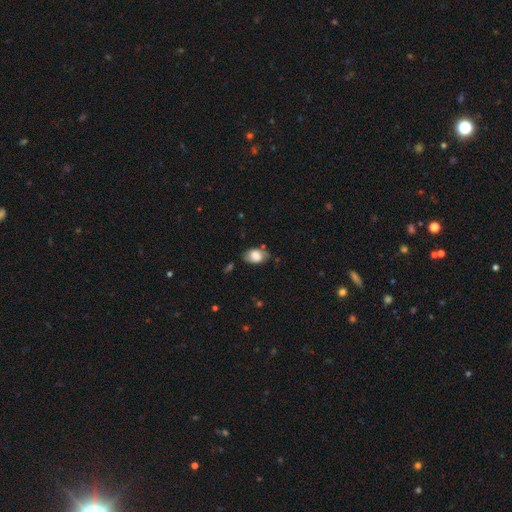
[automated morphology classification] The model was most divided on "merging": none: 67%, minor disturbance: 24%, major disturbance: 6%, merger: 3%. More confident: how rounded — in between (87%); smooth or featured — smooth (72%).